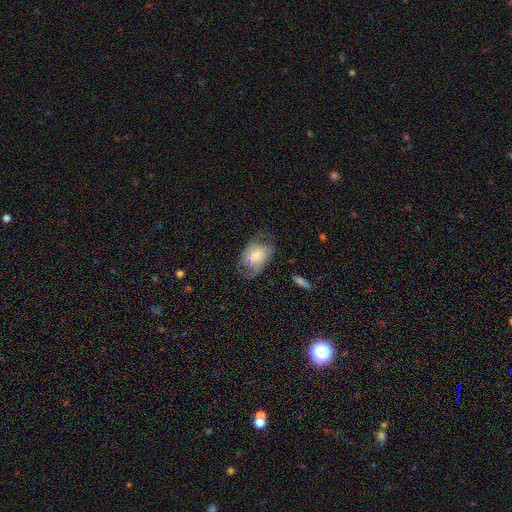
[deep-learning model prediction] Smooth or featured? featured or disk (60%)
Edge-on disk? no (96%)
Bar? no (68%)
Spiral arms? yes (81%)
Bulge size? small (51%)
Merging? none (51%)